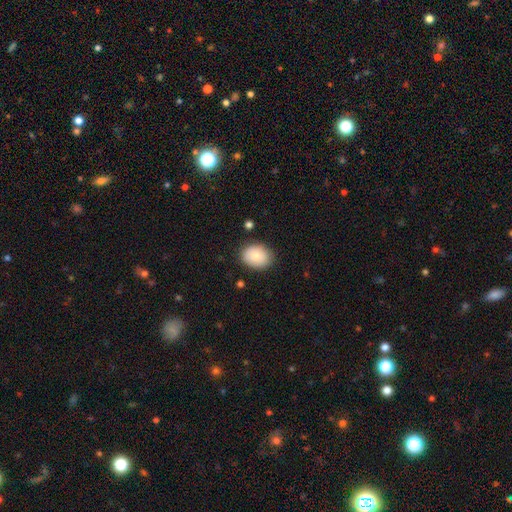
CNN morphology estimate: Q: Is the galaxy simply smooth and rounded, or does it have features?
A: smooth — 84%.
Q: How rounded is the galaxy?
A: in between — 66%.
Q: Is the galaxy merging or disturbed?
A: none — 83%.